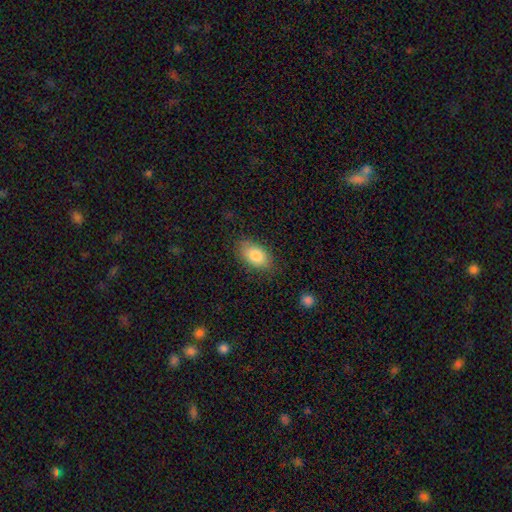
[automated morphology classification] Smooth or featured? Predicted: smooth (p=0.83). How rounded? Predicted: in between (p=0.91). Merging? Predicted: none (p=0.81).